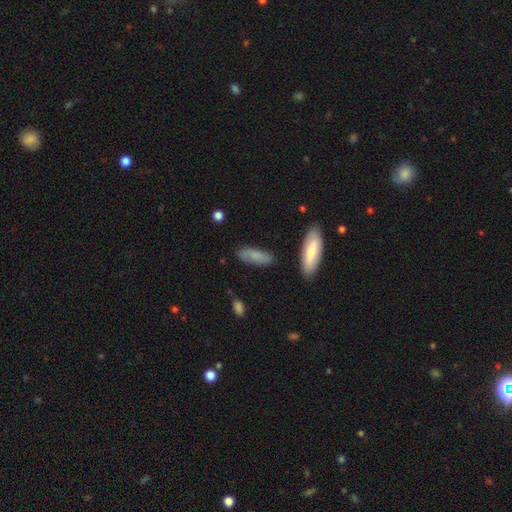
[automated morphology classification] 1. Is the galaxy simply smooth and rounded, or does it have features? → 73% smooth, 20% featured or disk, 7% star or artifact.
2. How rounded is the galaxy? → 60% in between, 37% cigar-shaped, 3% round.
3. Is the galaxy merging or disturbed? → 79% none, 15% minor disturbance, 3% major disturbance, 3% merger.